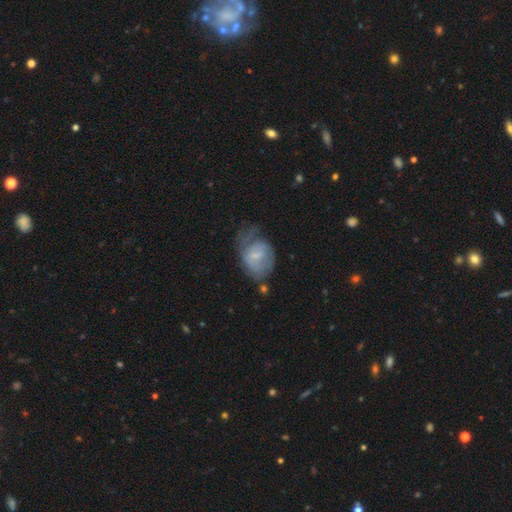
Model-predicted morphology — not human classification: Smooth or featured? featured or disk (56%)
Edge-on disk? no (97%)
Bar? weak (52%)
Spiral arms? yes (67%)
Bulge size? small (59%)
Merging? major disturbance (35%)